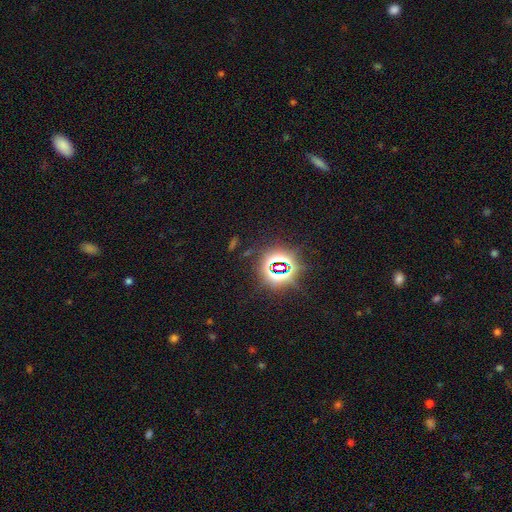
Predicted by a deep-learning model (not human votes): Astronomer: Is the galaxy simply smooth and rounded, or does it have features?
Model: star or artifact — 81%.